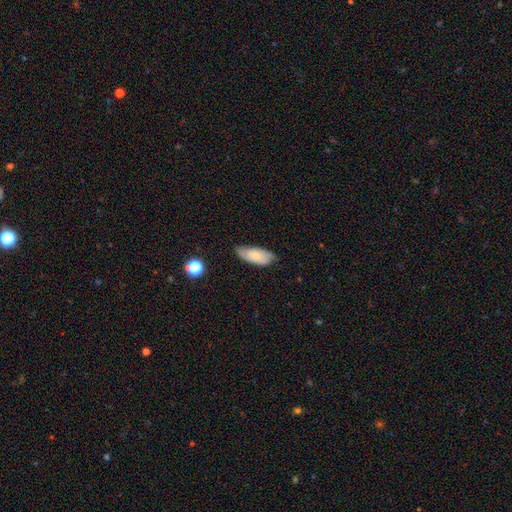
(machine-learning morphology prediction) Smooth or featured?
  - smooth: 67% *
  - featured or disk: 26%
  - star or artifact: 7%
How rounded?
  - in between: 86% *
  - cigar-shaped: 11%
  - round: 2%
Merging?
  - none: 66% *
  - minor disturbance: 28%
  - major disturbance: 5%
  - merger: 2%